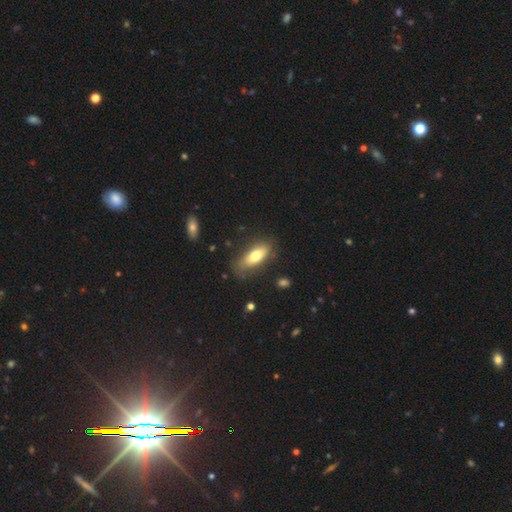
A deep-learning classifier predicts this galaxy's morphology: This is likely a smooth galaxy (70%). How rounded: likely in between (74%). Merging: likely none (67%).